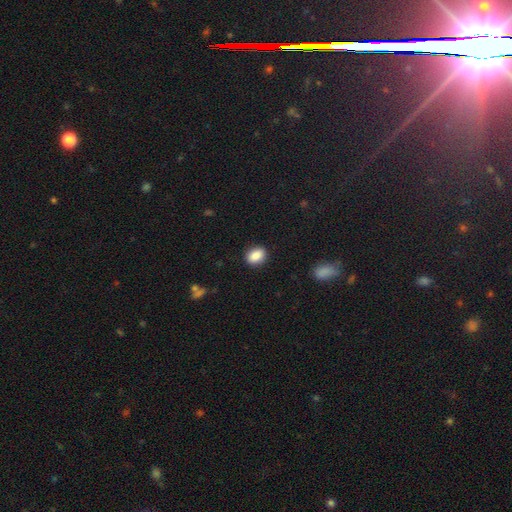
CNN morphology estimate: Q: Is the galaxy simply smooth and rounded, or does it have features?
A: smooth — 88%.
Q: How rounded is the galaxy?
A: in between — 63%.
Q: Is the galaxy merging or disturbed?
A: none — 89%.